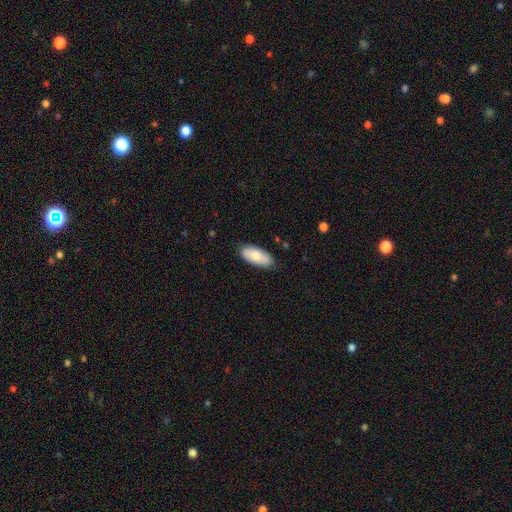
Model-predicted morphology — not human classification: smooth 73%, featured or disk 21%, star or artifact 6%. Down the decision tree: how rounded — in between (89%); merging — none (82%).